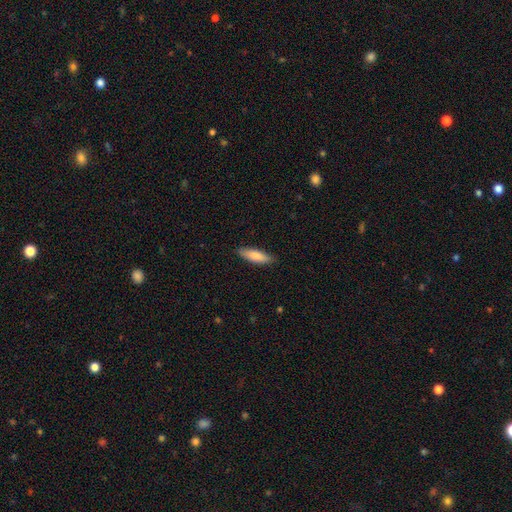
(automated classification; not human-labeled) Smooth or featured: smooth — 83% (featured or disk — 12%)
How rounded: cigar-shaped — 54% (in between — 44%)
Merging: none — 87% (minor disturbance — 11%)